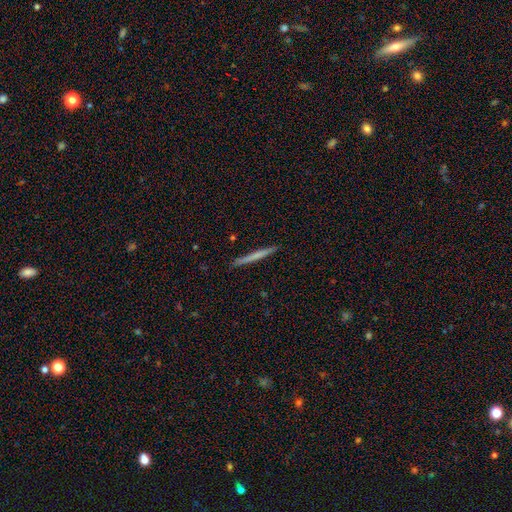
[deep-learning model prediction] Q: Smooth or featured?
A: smooth (54%); runner-up: featured or disk (40%)
Q: How rounded?
A: cigar-shaped (97%); runner-up: in between (2%)
Q: Merging?
A: none (92%); runner-up: minor disturbance (6%)